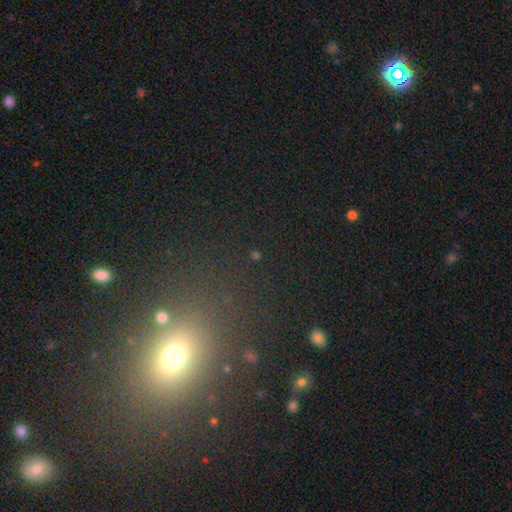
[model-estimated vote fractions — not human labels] smooth_or_featured: star or artifact (p=0.52) [alt: smooth p=0.37]